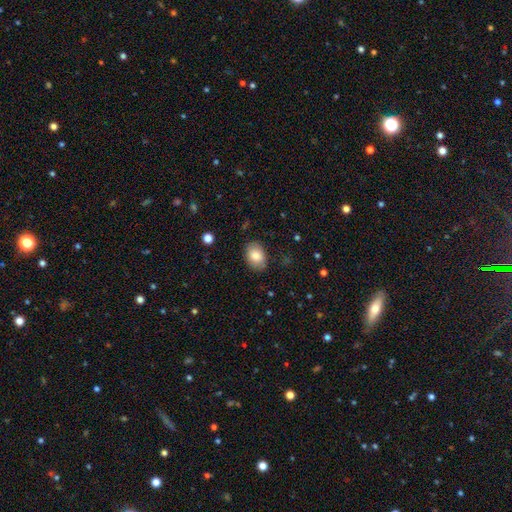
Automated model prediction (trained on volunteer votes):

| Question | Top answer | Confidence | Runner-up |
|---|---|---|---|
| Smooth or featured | smooth | 84% | featured or disk (9%) |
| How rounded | in between | 78% | round (21%) |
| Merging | none | 85% | minor disturbance (11%) |